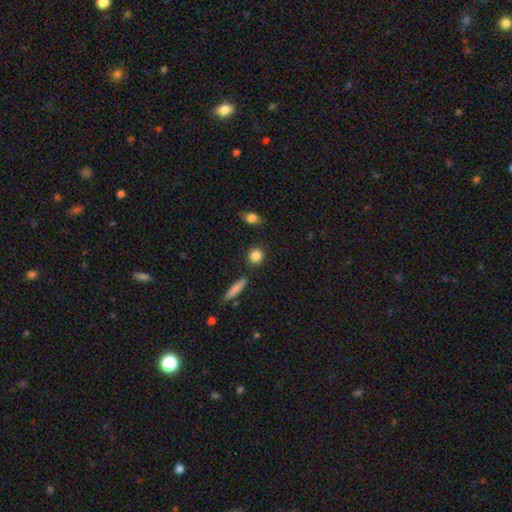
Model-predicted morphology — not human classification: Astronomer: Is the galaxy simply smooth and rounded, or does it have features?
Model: smooth — 86%.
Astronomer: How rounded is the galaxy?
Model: round — 83%.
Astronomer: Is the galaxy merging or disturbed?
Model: none — 86%.